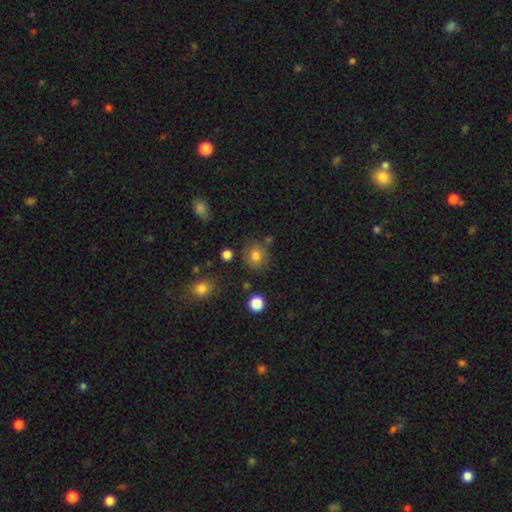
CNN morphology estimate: type=smooth (79%); roundness=round (78%); merging=none (76%).